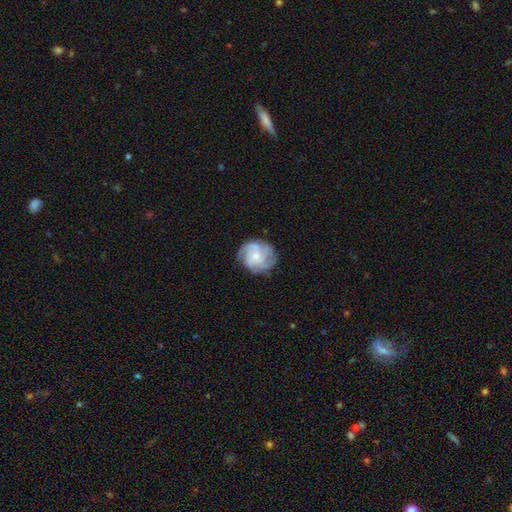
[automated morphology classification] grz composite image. It shows a featured or disk galaxy (76%) with no bar (72%), 4 (30%) tight (52%) spiral arms (94%) and a small central bulge (61%). Merging: none (78%).